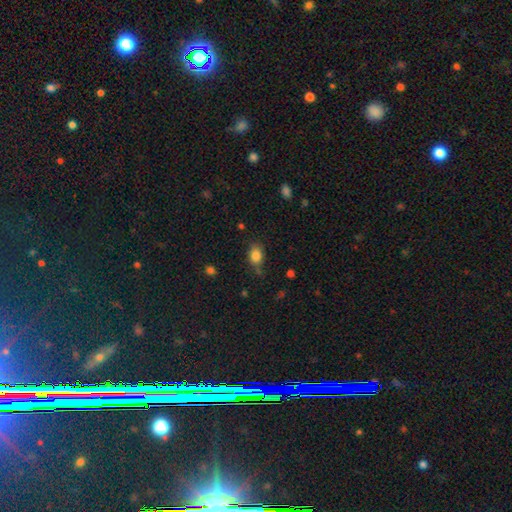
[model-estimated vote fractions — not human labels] A smooth galaxy with no disk features (84%) that is in between round and cigar-shaped (71%).

Vote fractions:
- Smooth or featured? smooth: 84% / star or artifact: 10% / featured or disk: 6%
- How rounded? in between: 71% / round: 27% / cigar-shaped: 1%
- Merging? none: 70% / minor disturbance: 21% / major disturbance: 5% / merger: 4%